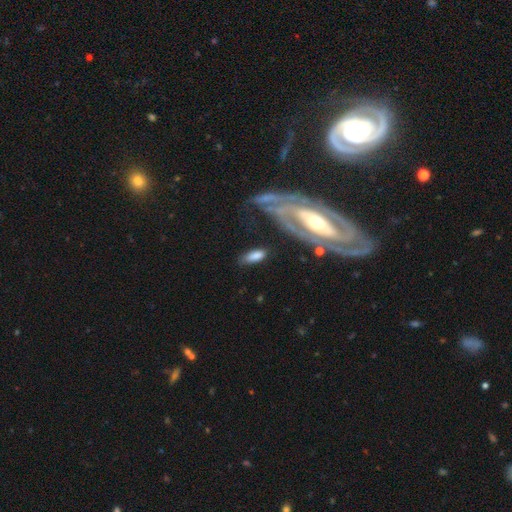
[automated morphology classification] This is likely a smooth galaxy (74%). How rounded: likely in between (77%). Merging: likely none (72%).